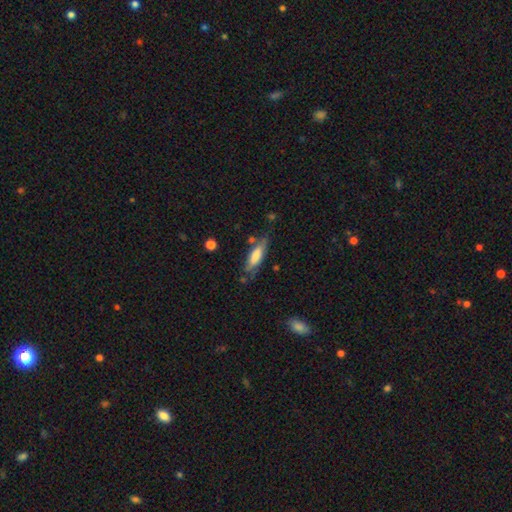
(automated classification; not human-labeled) Q: Smooth or featured?
A: smooth (64%); runner-up: featured or disk (30%)
Q: How rounded?
A: cigar-shaped (50%); runner-up: in between (48%)
Q: Merging?
A: none (64%); runner-up: minor disturbance (24%)